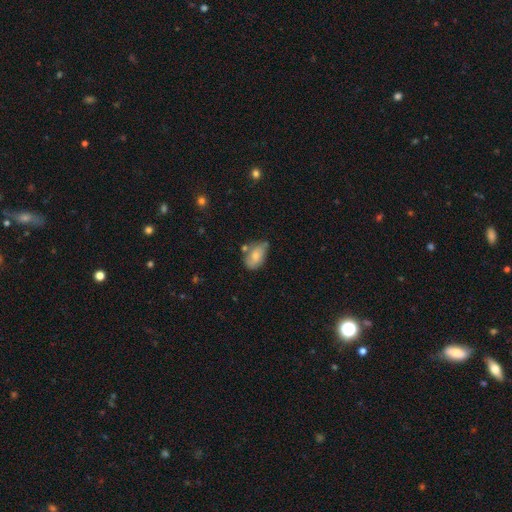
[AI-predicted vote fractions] Smooth or featured? smooth (69%)
How rounded? in between (88%)
Merging? none (47%)